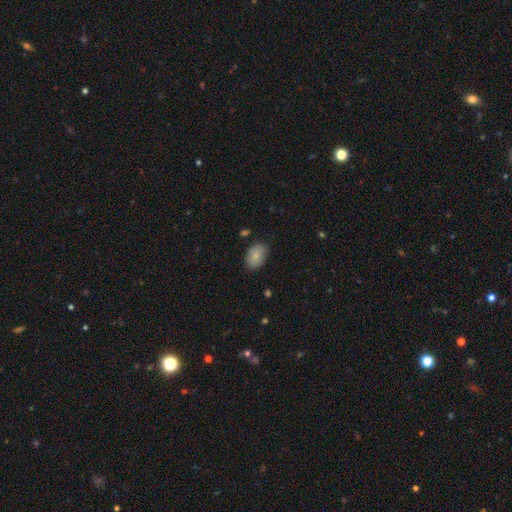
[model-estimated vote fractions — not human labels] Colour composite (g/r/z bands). It shows a smooth galaxy with no disk features (84%) that is in between round and cigar-shaped (85%). Merging: none (82%).